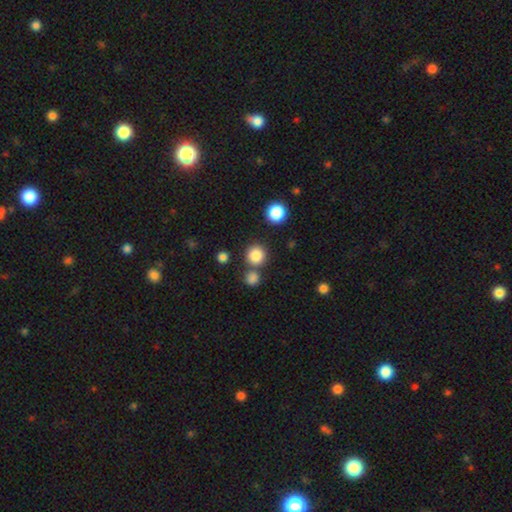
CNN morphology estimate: Smooth or featured? smooth (84%)
How rounded? round (92%)
Merging? none (76%)